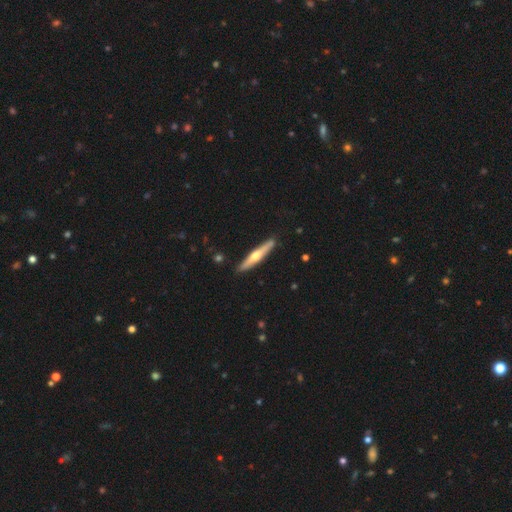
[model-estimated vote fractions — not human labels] smooth_or_featured: featured or disk (p=0.59) [alt: smooth p=0.36]
disk_edge_on: yes (p=0.96) [alt: no p=0.04]
edge_on_bulge: rounded (p=0.89) [alt: none p=0.07]
merging: none (p=0.89) [alt: minor disturbance p=0.08]